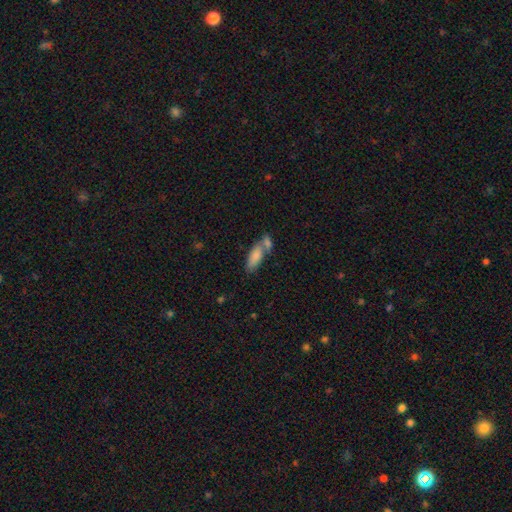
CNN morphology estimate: Smooth or featured? smooth (81%)
How rounded? in between (71%)
Merging? merger (47%)